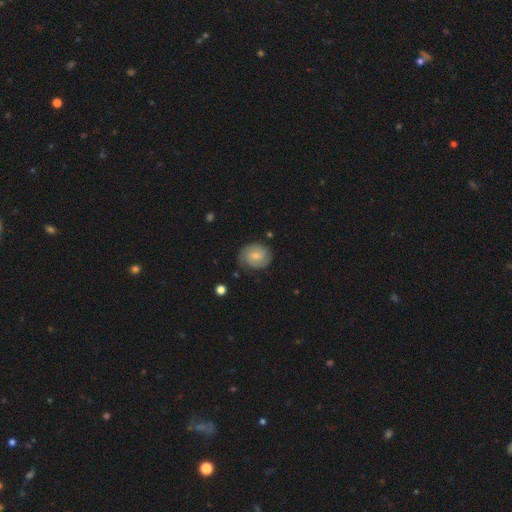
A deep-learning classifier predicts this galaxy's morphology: This is possibly a featured or disk galaxy (54%). It is clearly not viewed edge-on (97%). Bar: possibly weak (48%). Spiral arm pattern: clearly yes (89%). Central bulge: possibly small (49%). Merging: likely none (76%).